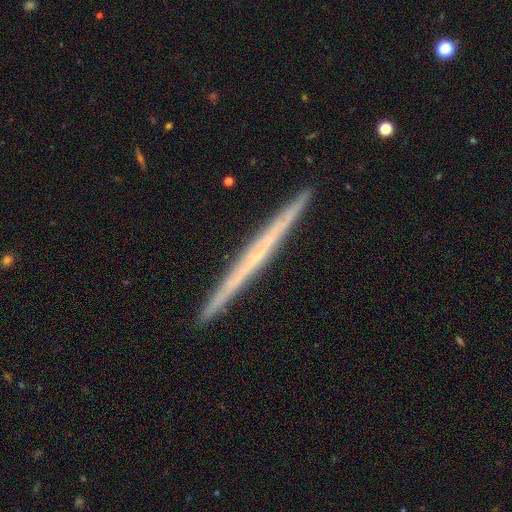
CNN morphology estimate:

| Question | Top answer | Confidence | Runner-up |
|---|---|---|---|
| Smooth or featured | featured or disk | 64% | smooth (30%) |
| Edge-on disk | yes | 98% | no (2%) |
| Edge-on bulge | none | 85% | rounded (12%) |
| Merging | none | 92% | minor disturbance (5%) |